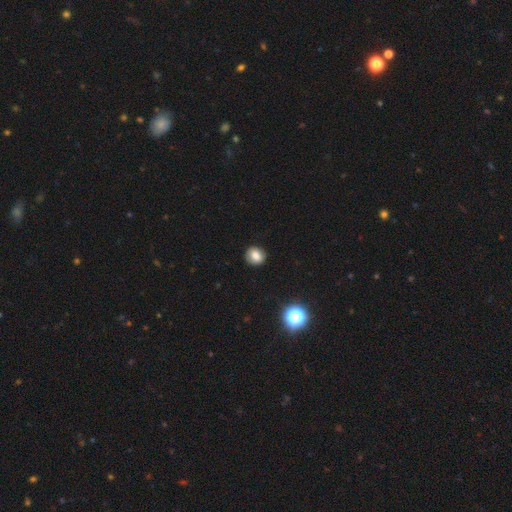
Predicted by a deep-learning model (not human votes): Morphology: type=smooth (79%); roundness=round (77%); merging=none (88%).